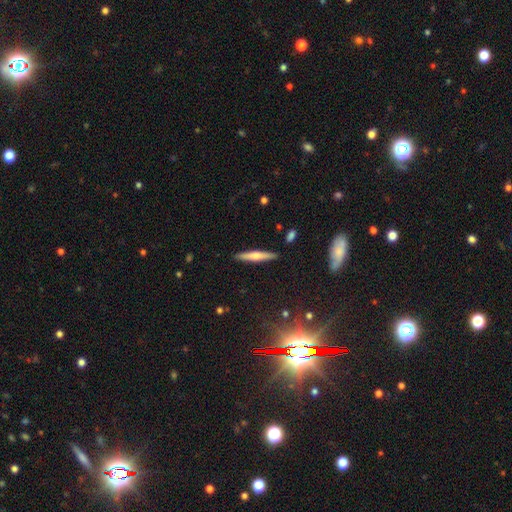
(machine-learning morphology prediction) type=smooth (57%); roundness=cigar-shaped (91%); merging=none (89%).